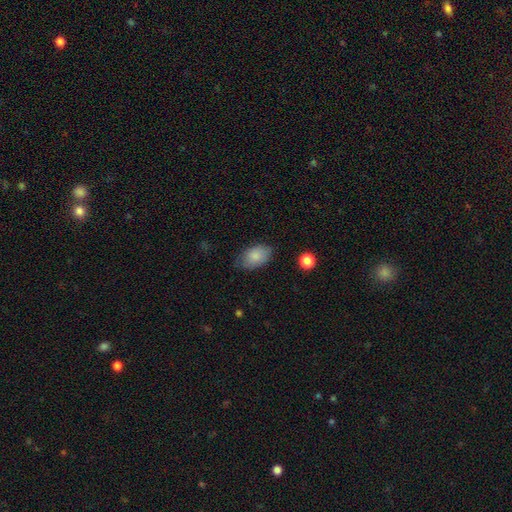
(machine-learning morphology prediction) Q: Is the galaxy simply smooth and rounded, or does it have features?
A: smooth — 84%.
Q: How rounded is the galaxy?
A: in between — 90%.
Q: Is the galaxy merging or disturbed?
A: none — 70%.